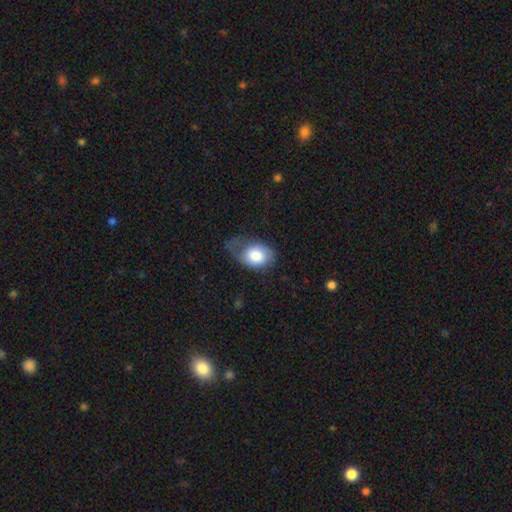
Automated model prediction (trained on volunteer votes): smooth 72%, featured or disk 21%, star or artifact 7%. Down the decision tree: how rounded — in between (79%); merging — minor disturbance (35%).